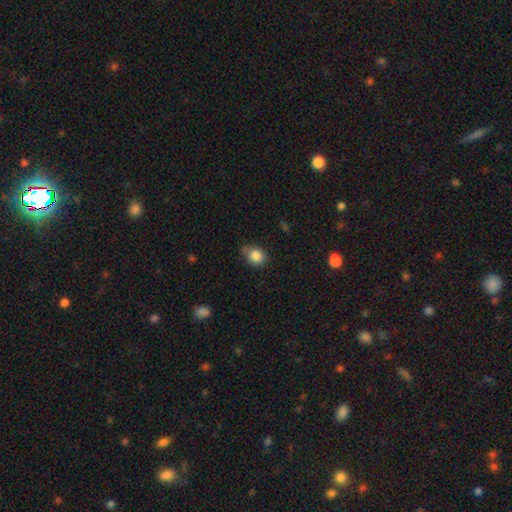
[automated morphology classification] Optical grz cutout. It shows a smooth galaxy with no disk features (85%) that is round (58%). Merging: none (63%).